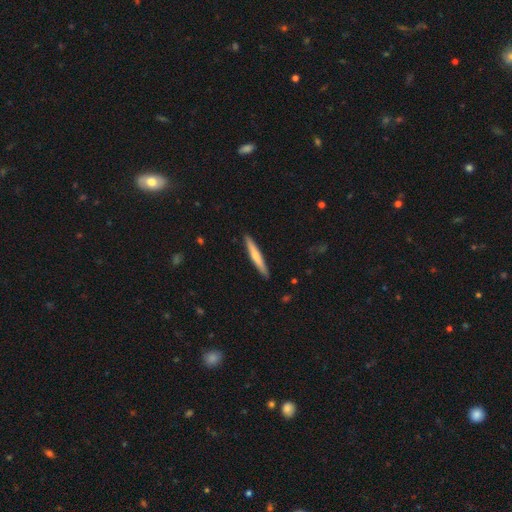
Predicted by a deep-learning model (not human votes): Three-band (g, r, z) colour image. It shows a smooth galaxy with no disk features (58%) that is cigar-shaped (95%). Merging: none (91%).